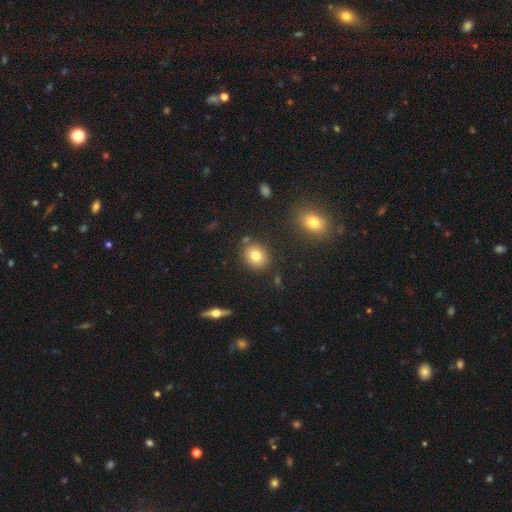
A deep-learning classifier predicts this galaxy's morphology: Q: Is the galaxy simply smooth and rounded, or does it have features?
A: smooth — 79%.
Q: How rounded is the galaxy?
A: round — 63%.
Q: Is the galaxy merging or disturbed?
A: none — 83%.